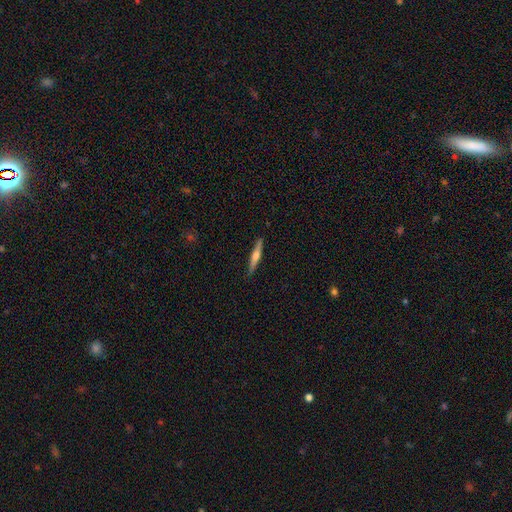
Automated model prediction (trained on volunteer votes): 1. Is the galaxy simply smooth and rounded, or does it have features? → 57% featured or disk, 38% smooth, 6% star or artifact.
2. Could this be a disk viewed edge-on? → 97% yes, 3% no.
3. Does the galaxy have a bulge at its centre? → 78% rounded, 11% boxy, 11% none.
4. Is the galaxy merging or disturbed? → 90% none, 8% minor disturbance, 2% major disturbance, 1% merger.